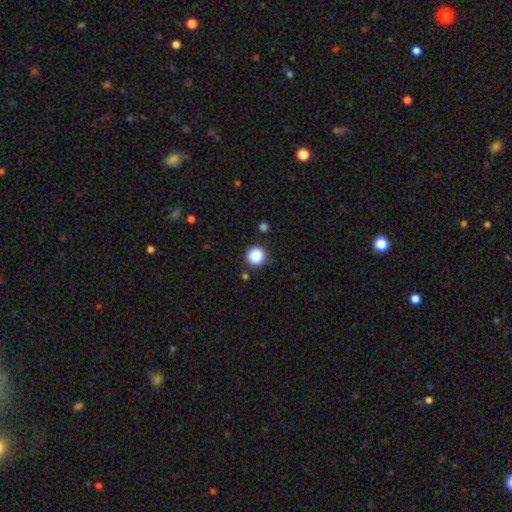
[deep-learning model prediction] Overall: smooth (88%). How rounded: round (95%). Merging: none (86%).